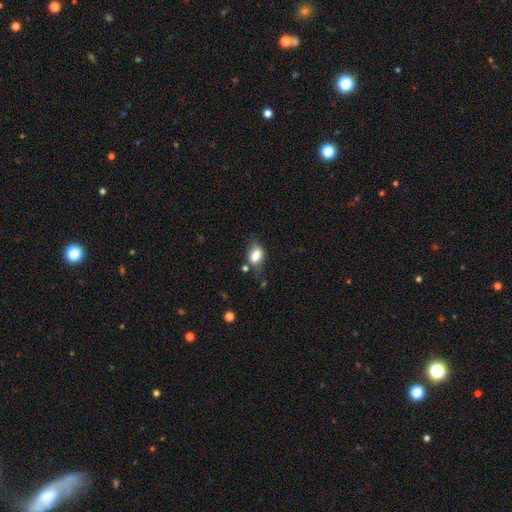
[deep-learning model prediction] A smooth galaxy with no disk features (74%) that is in between round and cigar-shaped (82%). Merging: none (55%).